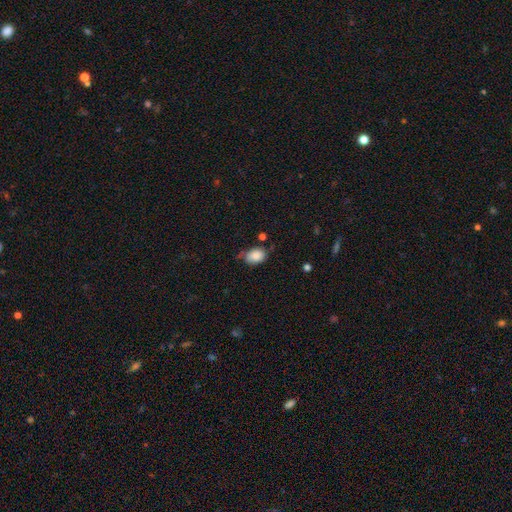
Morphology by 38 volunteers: smooth-or-featured: smooth: 92% | star or artifact: 5% | featured or disk: 3%
  how-rounded: in between: 71% | round: 29% | cigar-shaped: 0%
  merging: none: 67% | minor disturbance: 25% | merger: 6% | major disturbance: 3%